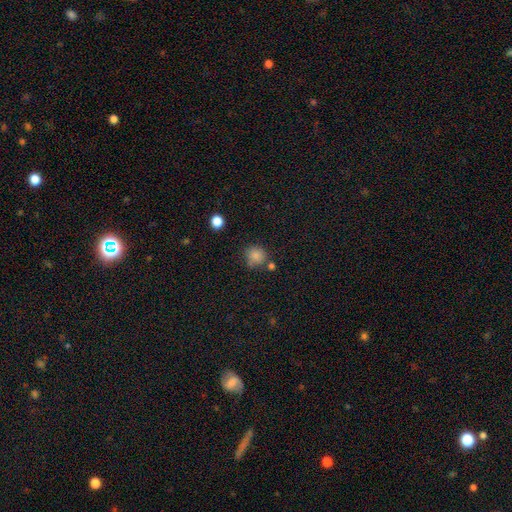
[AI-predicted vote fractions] A smooth galaxy with no disk features (83%) that is round (85%). Merging: none (69%).